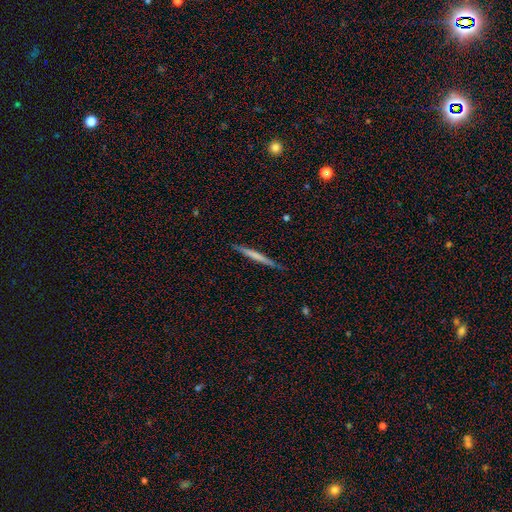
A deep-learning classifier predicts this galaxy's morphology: A smooth galaxy with no disk features (52%) that is cigar-shaped (97%).

Vote fractions:
- Smooth or featured? smooth: 52% / featured or disk: 42% / star or artifact: 6%
- How rounded? cigar-shaped: 97% / in between: 2% / round: 1%
- Merging? none: 88% / minor disturbance: 9% / major disturbance: 2% / merger: 1%